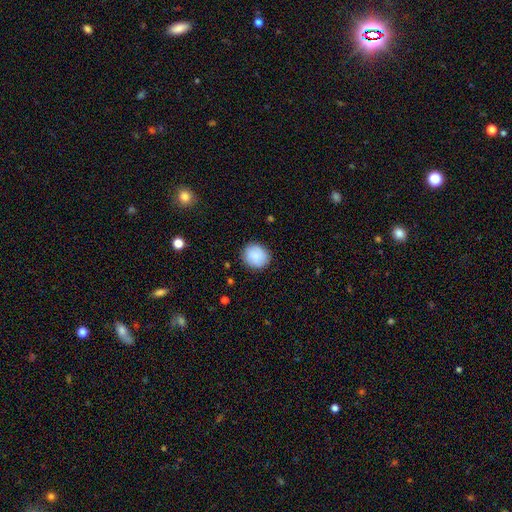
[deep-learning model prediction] Smooth or featured? Predicted: smooth (p=0.86). How rounded? Predicted: round (p=0.80). Merging? Predicted: none (p=0.87).